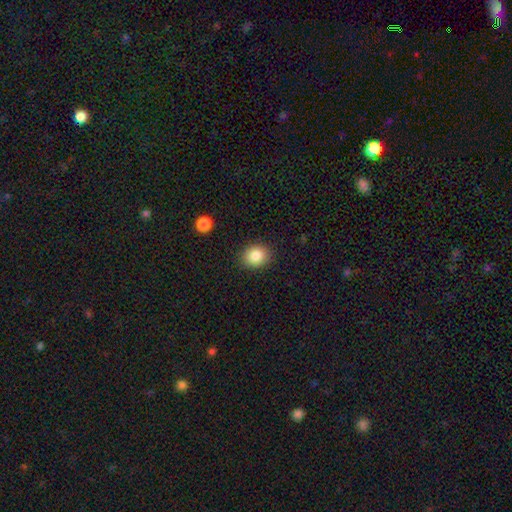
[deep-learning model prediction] Smooth or featured? smooth (84%)
How rounded? round (58%)
Merging? none (88%)